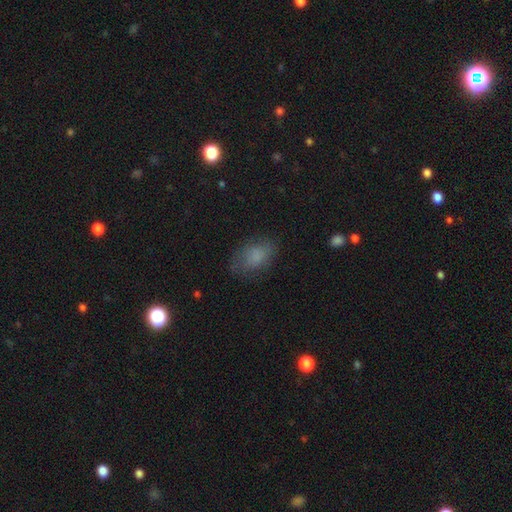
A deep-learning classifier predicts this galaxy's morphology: A smooth galaxy with no disk features (75%) that is in between round and cigar-shaped (85%).

Vote fractions:
- Smooth or featured? smooth: 75% / featured or disk: 15% / star or artifact: 11%
- How rounded? in between: 85% / round: 13% / cigar-shaped: 2%
- Merging? none: 69% / minor disturbance: 21% / major disturbance: 9% / merger: 1%